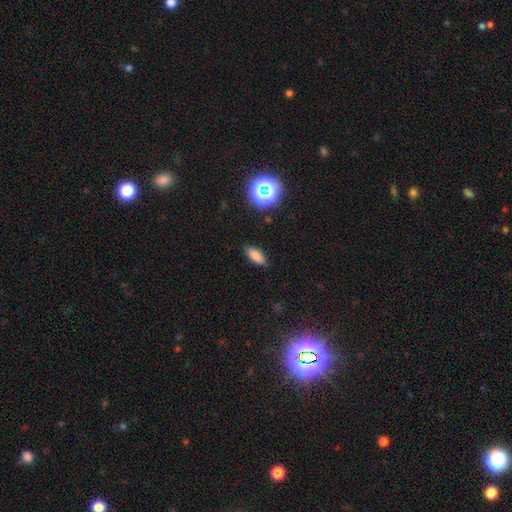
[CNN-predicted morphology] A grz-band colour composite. It shows a smooth galaxy with no disk features (79%) that is in between round and cigar-shaped (76%). Merging: none (86%).